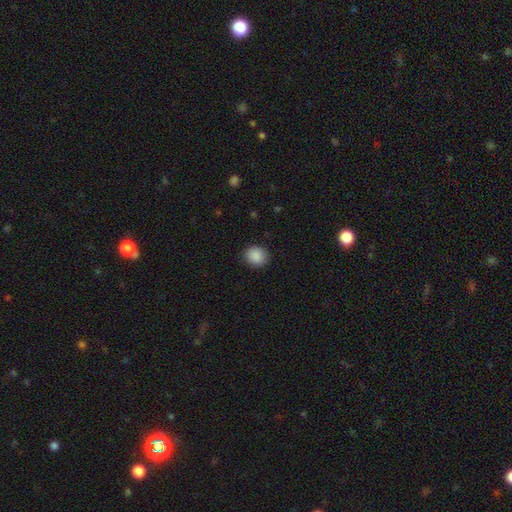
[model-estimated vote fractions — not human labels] Smooth or featured? Predicted: smooth (p=0.89). How rounded? Predicted: round (p=0.74). Merging? Predicted: none (p=0.87).